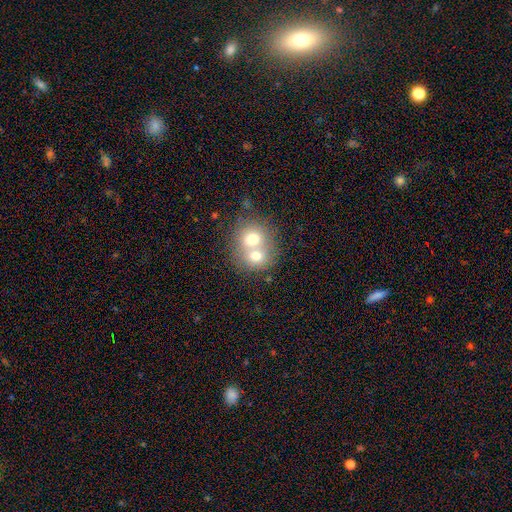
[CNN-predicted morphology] The model was most divided on "how rounded": round: 72%, in between: 27%, cigar-shaped: 1%. More confident: merging — merger (69%); smooth or featured — smooth (67%).